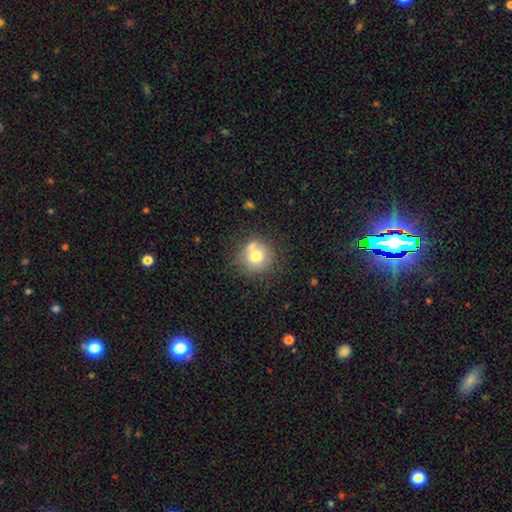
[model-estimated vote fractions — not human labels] Smooth or featured? smooth (74%)
How rounded? round (91%)
Merging? none (63%)